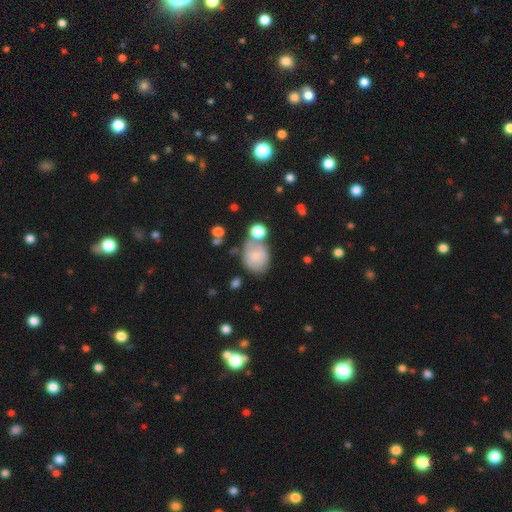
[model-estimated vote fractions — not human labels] This appears to be a smooth galaxy with no disk features (62%) that is round (50%). Merging: none (40%).